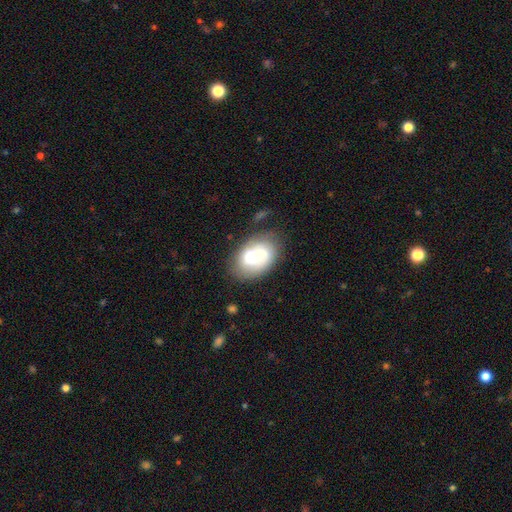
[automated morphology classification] A featured or disk galaxy (55%) with no bar (70%), spiral arms (71%) and a moderate central bulge (44%). Merging: none (64%).